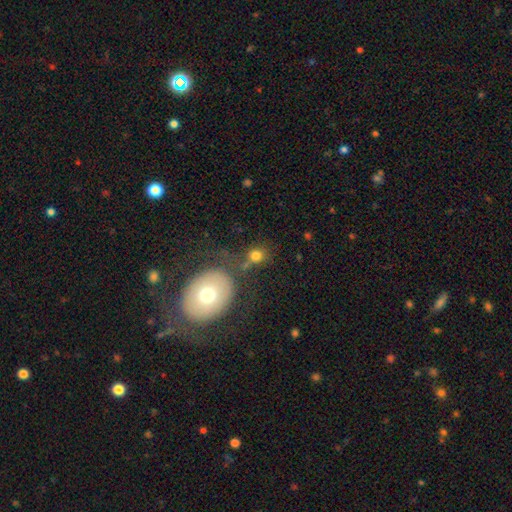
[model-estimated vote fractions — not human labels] This appears to be a smooth galaxy with no disk features (73%) that is round (74%). Merging: none (53%).